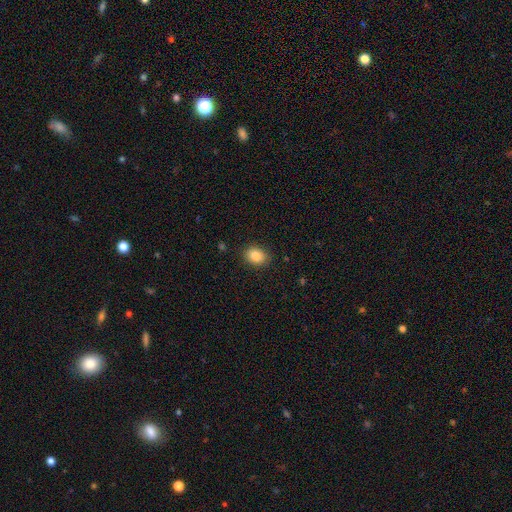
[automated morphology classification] Smooth or featured? Predicted: smooth (p=0.86). How rounded? Predicted: in between (p=0.64). Merging? Predicted: none (p=0.87).